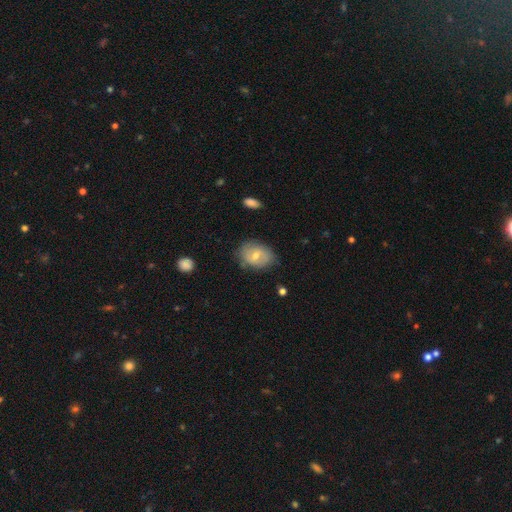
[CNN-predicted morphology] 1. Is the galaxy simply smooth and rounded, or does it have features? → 49% smooth, 44% featured or disk, 7% star or artifact.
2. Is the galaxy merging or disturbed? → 71% none, 22% minor disturbance, 6% major disturbance, 2% merger.